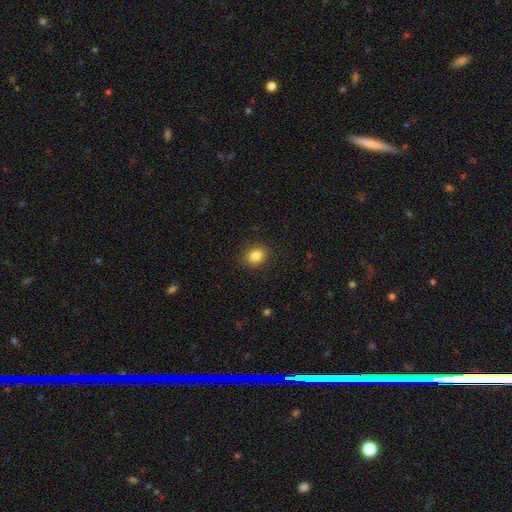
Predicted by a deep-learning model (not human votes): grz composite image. It shows a smooth galaxy with no disk features (84%) that is round (64%). Merging: none (88%).